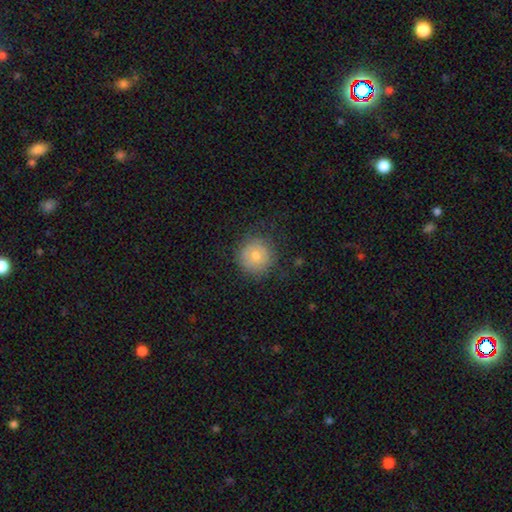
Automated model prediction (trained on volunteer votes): A smooth galaxy with no disk features (73%) that is round (93%). Merging: none (77%).